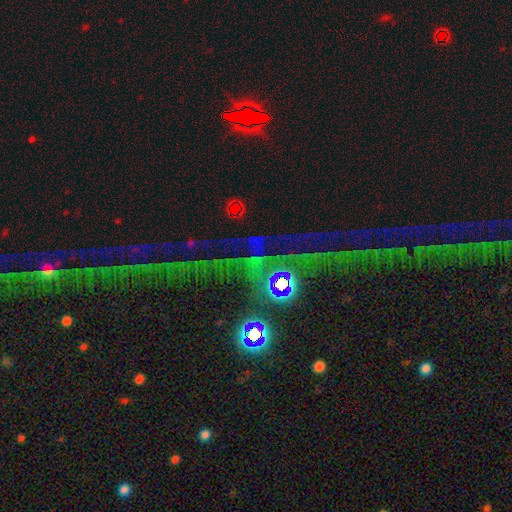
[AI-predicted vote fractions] Overall: star or artifact (78%).